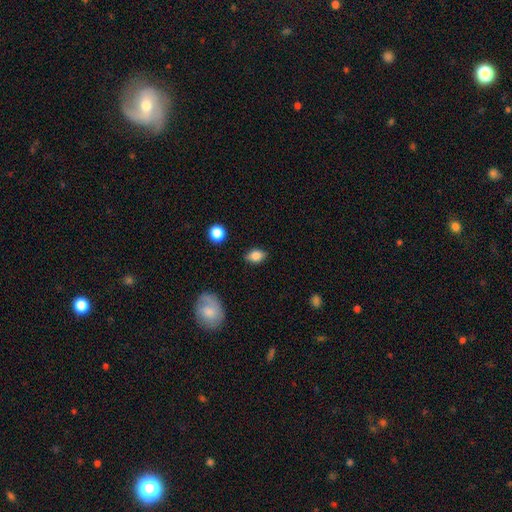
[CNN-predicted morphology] This appears to be a smooth galaxy with no disk features (82%) that is in between round and cigar-shaped (80%). Merging: none (81%).